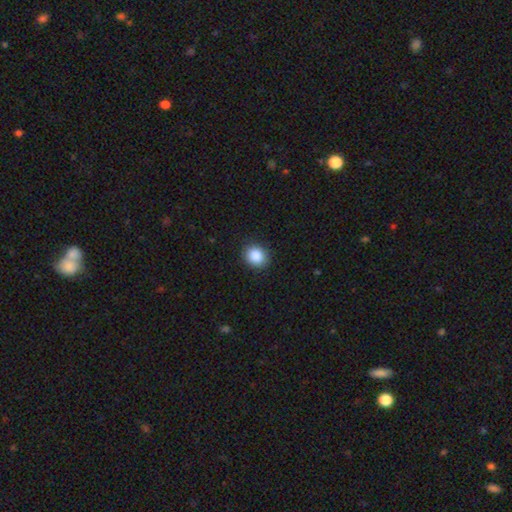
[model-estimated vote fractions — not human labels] Smooth or featured?
  - smooth: 89% *
  - star or artifact: 8%
  - featured or disk: 3%
How rounded?
  - round: 74% *
  - in between: 25%
  - cigar-shaped: 1%
Merging?
  - none: 89% *
  - minor disturbance: 8%
  - major disturbance: 2%
  - merger: 1%